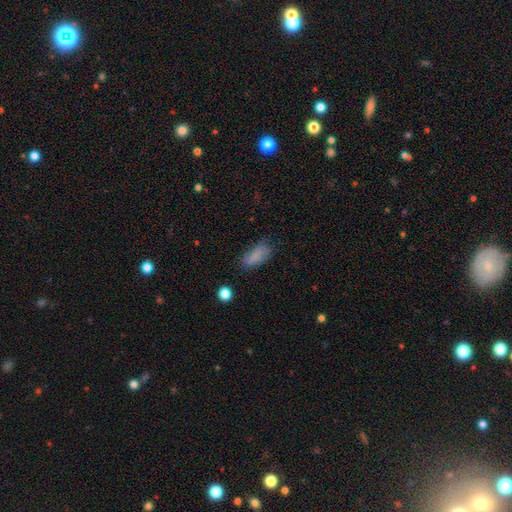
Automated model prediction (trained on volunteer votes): smooth_or_featured: smooth (p=0.80) [alt: star or artifact p=0.11]
how_rounded: in between (p=0.80) [alt: cigar-shaped p=0.17]
merging: none (p=0.63) [alt: minor disturbance p=0.25]